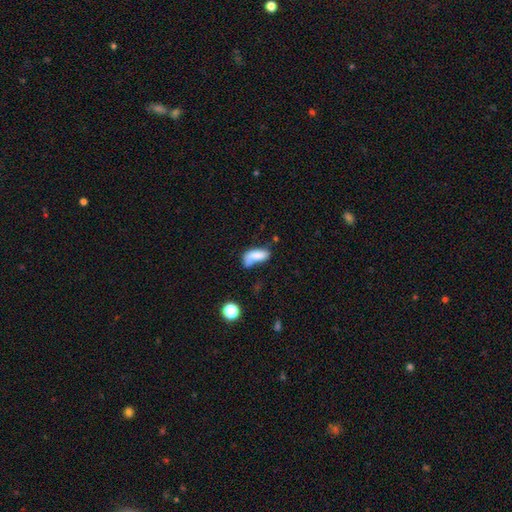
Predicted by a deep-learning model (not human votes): This appears to be a smooth galaxy with no disk features (77%) that is in between round and cigar-shaped (82%). Merging: none (36%).